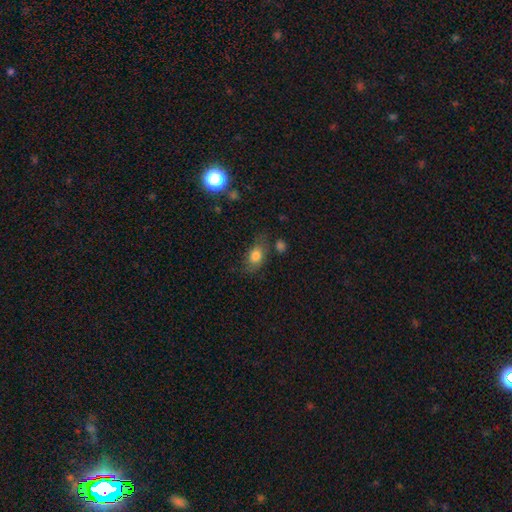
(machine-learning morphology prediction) smooth 76%, featured or disk 15%, star or artifact 9%. Down the decision tree: how rounded — in between (78%); merging — none (59%).